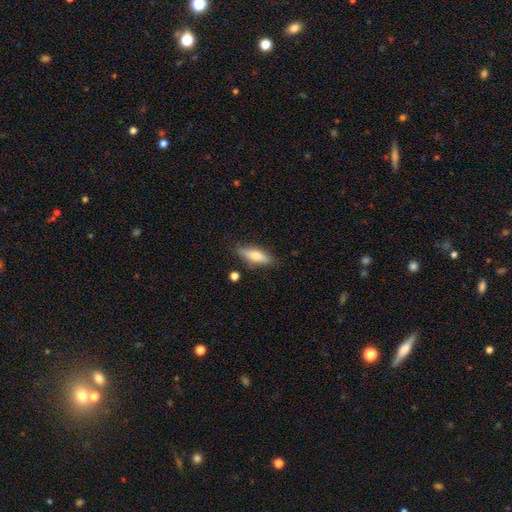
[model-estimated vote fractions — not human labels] Smooth or featured?
  - smooth: 68% *
  - featured or disk: 26%
  - star or artifact: 6%
How rounded?
  - cigar-shaped: 53% *
  - in between: 45%
  - round: 2%
Merging?
  - none: 81% *
  - minor disturbance: 13%
  - merger: 3%
  - major disturbance: 3%